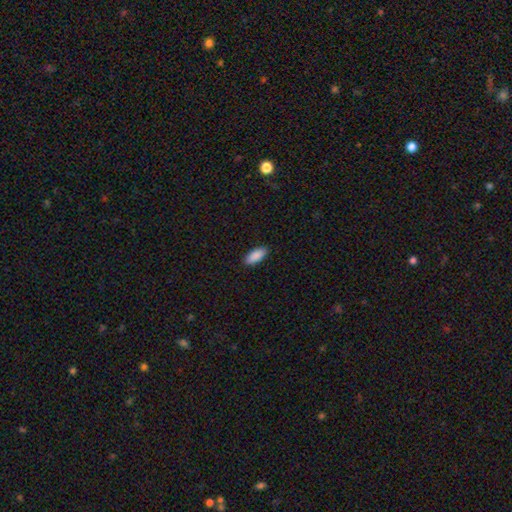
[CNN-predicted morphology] The model was most divided on "how rounded": in between: 85%, cigar-shaped: 13%, round: 2%. More confident: smooth or featured — smooth (90%); merging — none (89%).